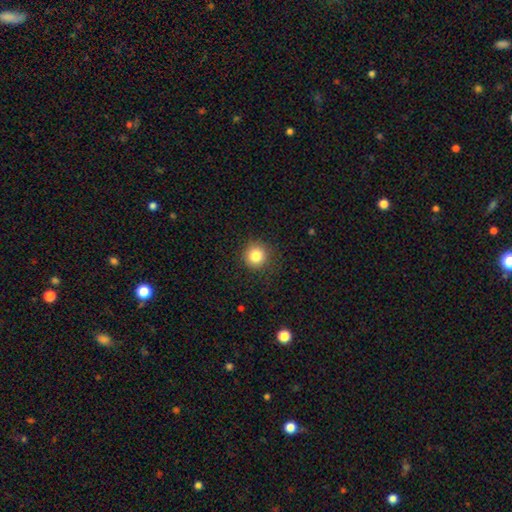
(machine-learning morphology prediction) Smooth or featured: smooth — 83% (star or artifact — 11%)
How rounded: round — 94% (in between — 5%)
Merging: none — 90% (minor disturbance — 7%)